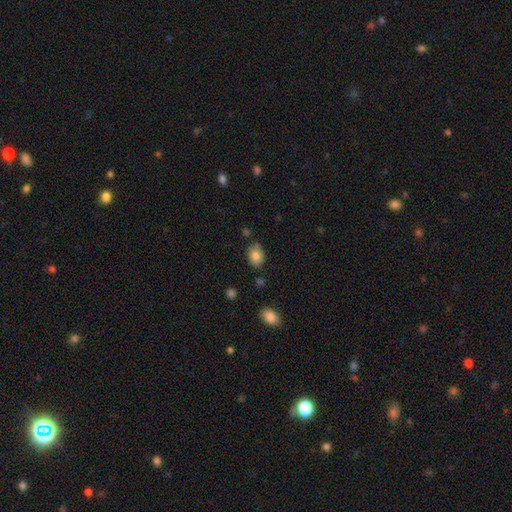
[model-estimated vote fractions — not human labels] Overall: smooth (82%). How rounded: in between (78%). Merging: none (78%).